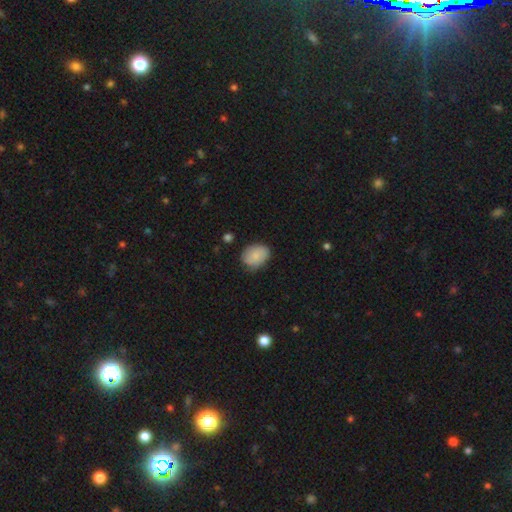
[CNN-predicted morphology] smooth 78%, featured or disk 15%, star or artifact 7%. Down the decision tree: how rounded — in between (59%); merging — none (71%).